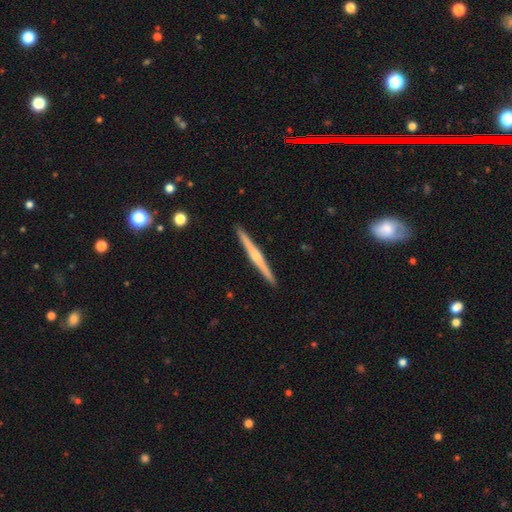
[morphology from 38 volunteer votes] This appears to be a featured or disk galaxy (79%) viewed edge-on (100%) with a rounded central bulge (63%). Merging: none (87%).